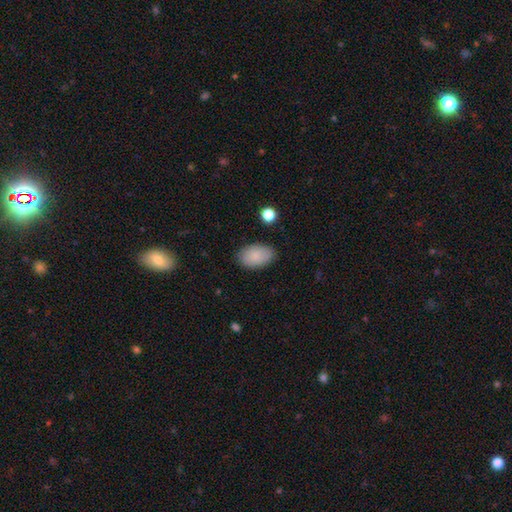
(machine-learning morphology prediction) This appears to be a smooth galaxy with no disk features (87%) that is in between round and cigar-shaped (92%). Merging: none (85%).